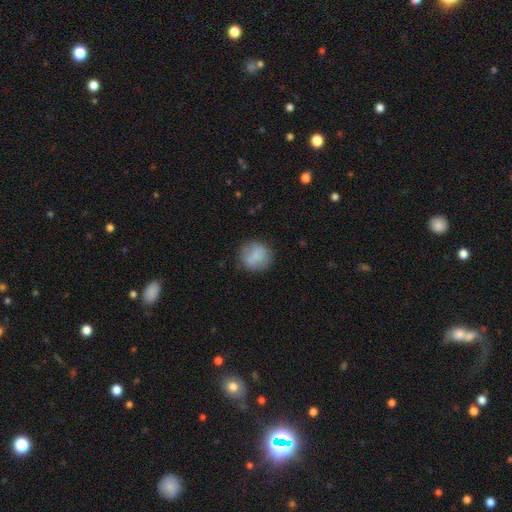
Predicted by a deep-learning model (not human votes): Overall: smooth (75%). How rounded: round (85%). Merging: none (81%).